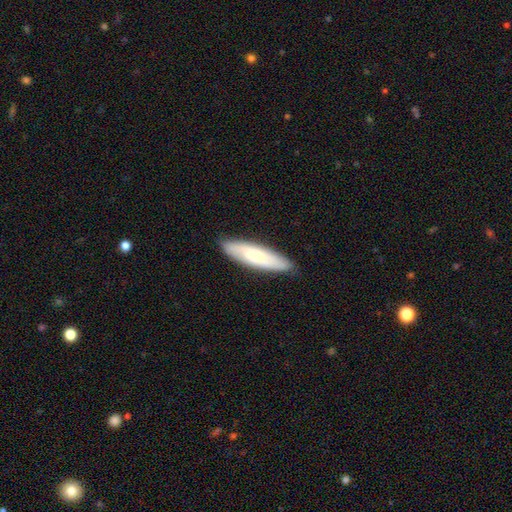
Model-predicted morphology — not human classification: type=smooth (66%); roundness=cigar-shaped (67%); merging=none (86%).